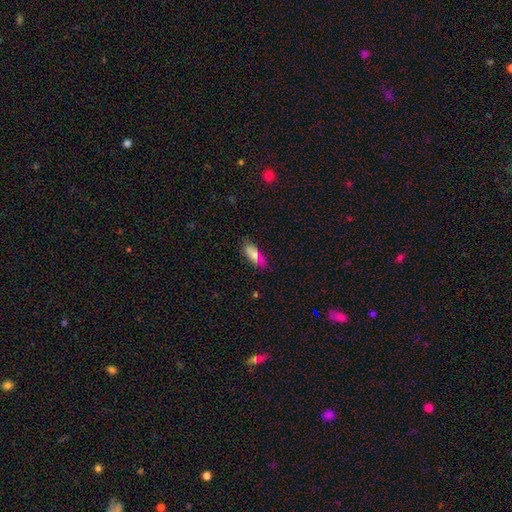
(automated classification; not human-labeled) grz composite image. It shows a smooth galaxy with no disk features (75%) that is in between round and cigar-shaped (74%). Merging: none (81%).